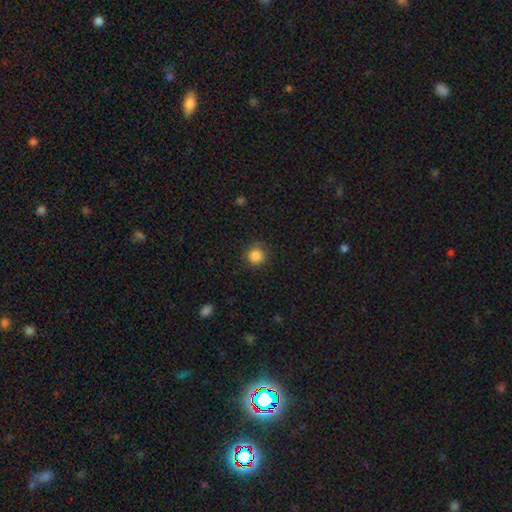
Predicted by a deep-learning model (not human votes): smooth_or_featured: smooth (p=0.85) [alt: star or artifact p=0.11]
how_rounded: round (p=0.94) [alt: in between p=0.05]
merging: none (p=0.88) [alt: minor disturbance p=0.08]